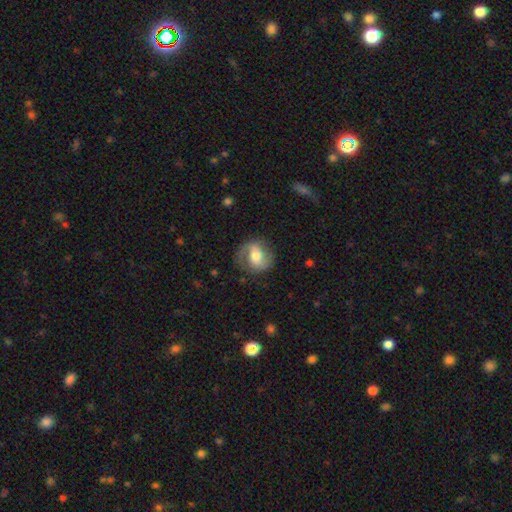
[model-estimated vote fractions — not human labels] featured or disk 63%, smooth 31%, star or artifact 7%. Down the decision tree: edge-on disk — no (96%); bar — weak (43%); spiral arms — yes (85%); spiral arm count — 2 (83%); spiral winding — medium (48%); bulge size — moderate (67%); merging — none (77%).